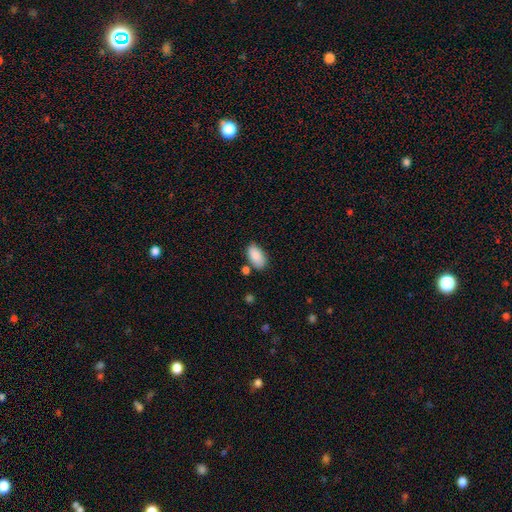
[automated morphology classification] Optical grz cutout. It shows a smooth galaxy with no disk features (87%) that is in between round and cigar-shaped (94%). Merging: none (74%).